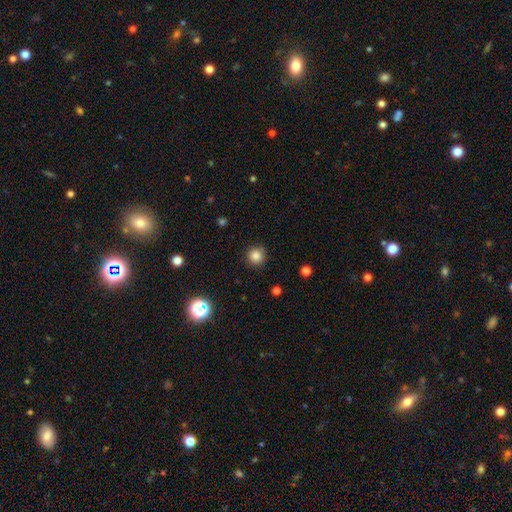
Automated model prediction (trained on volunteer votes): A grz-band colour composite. It shows a smooth galaxy with no disk features (84%) that is round (95%). Merging: none (89%).